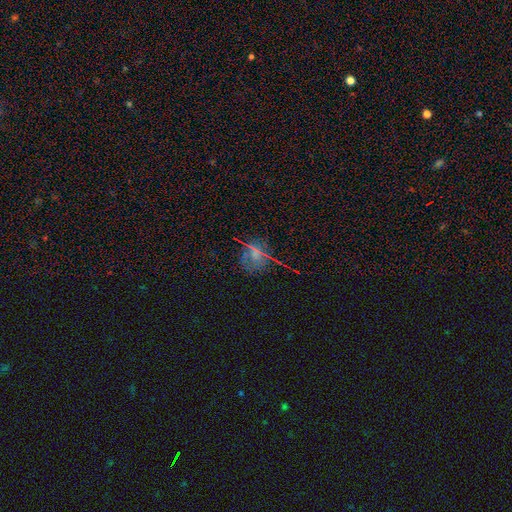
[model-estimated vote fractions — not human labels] Q: Smooth or featured?
A: star or artifact (47%); runner-up: smooth (38%)